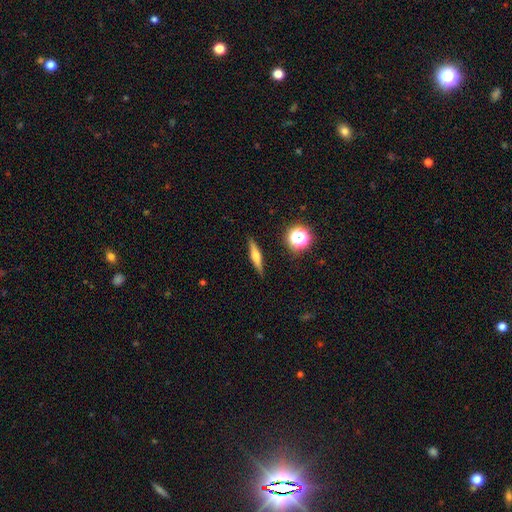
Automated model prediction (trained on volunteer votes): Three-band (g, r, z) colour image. It shows a smooth galaxy with no disk features (48%). Merging: none (89%).